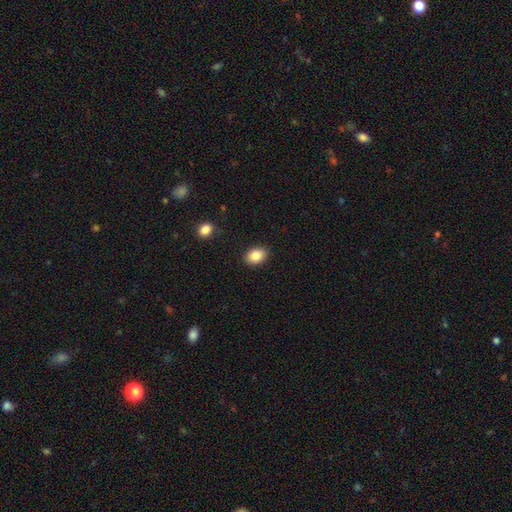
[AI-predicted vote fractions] Morphology: type=smooth (86%); roundness=in between (77%); merging=none (88%).